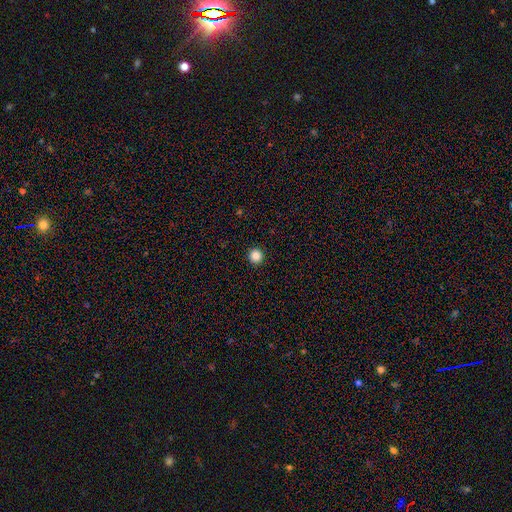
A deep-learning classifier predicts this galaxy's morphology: Smooth or featured?
  - smooth: 86% *
  - star or artifact: 11%
  - featured or disk: 3%
How rounded?
  - round: 96% *
  - in between: 3%
  - cigar-shaped: 1%
Merging?
  - none: 94% *
  - minor disturbance: 4%
  - major disturbance: 1%
  - merger: 1%